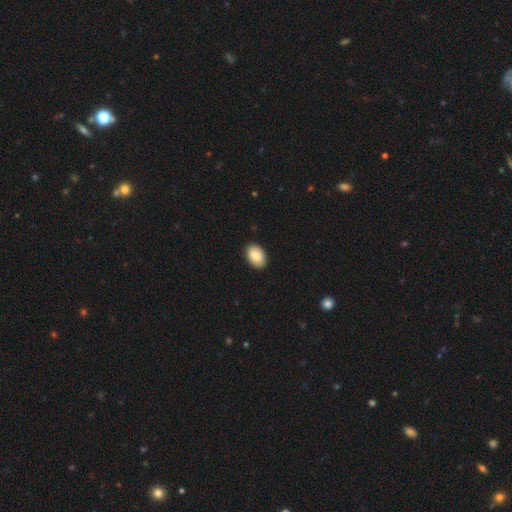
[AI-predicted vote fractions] Smooth or featured? smooth (84%)
How rounded? in between (91%)
Merging? none (89%)